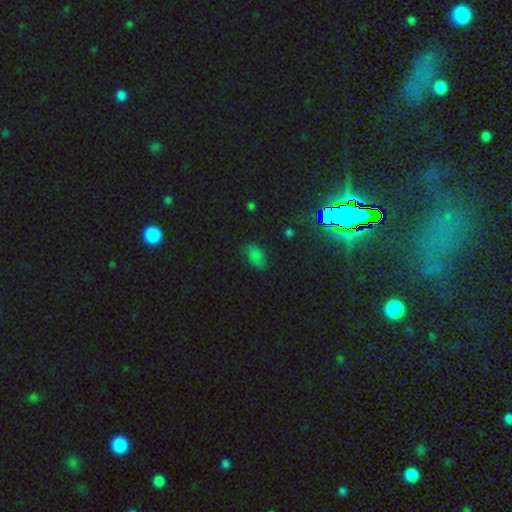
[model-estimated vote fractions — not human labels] smooth_or_featured: smooth (p=0.68) [alt: star or artifact p=0.24]
how_rounded: in between (p=0.90) [alt: round p=0.07]
merging: none (p=0.74) [alt: minor disturbance p=0.19]